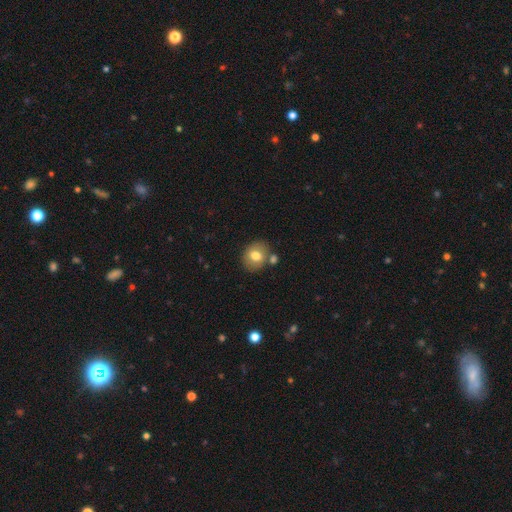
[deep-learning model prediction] A smooth galaxy with no disk features (74%) that is round (64%). Merging: none (70%).